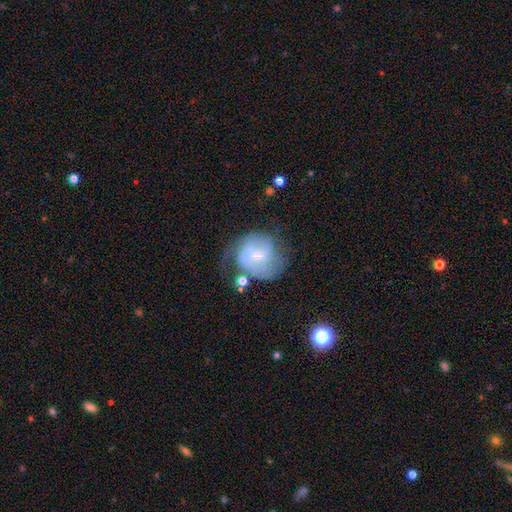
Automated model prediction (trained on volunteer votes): This is likely a featured or disk galaxy (69%). It is clearly not viewed edge-on (98%). Bar: possibly weak (49%). Spiral arm pattern: clearly yes (85%). Spiral arm count: marginally 2 (42%). Spiral winding: marginally medium (41%). Central bulge: likely small (63%). Merging: possibly none (46%).